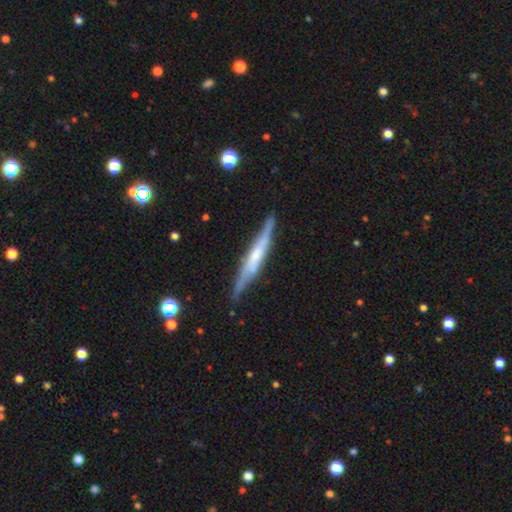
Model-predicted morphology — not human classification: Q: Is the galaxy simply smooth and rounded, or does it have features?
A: featured or disk — 61%.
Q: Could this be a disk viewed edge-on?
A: yes — 90%.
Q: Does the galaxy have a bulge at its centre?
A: none — 42%.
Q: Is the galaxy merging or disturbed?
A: none — 76%.